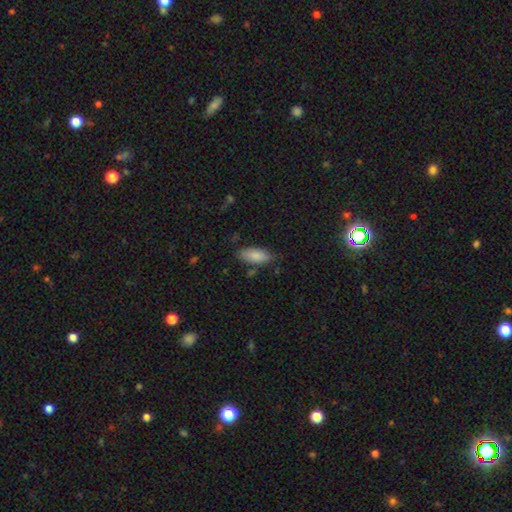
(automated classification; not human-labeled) Overall: smooth (86%). How rounded: in between (85%). Merging: none (74%).